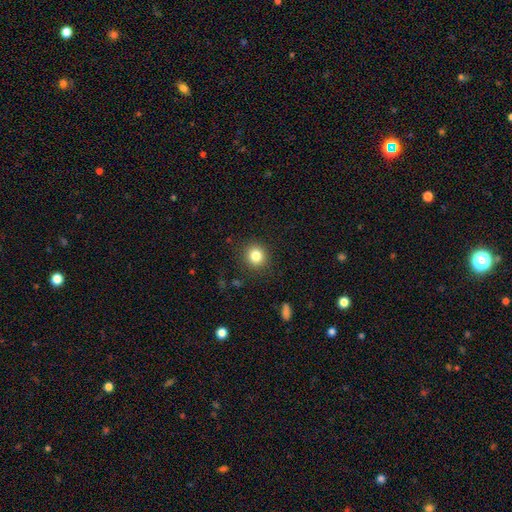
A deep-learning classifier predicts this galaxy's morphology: type=smooth (82%); roundness=round (89%); merging=none (89%).